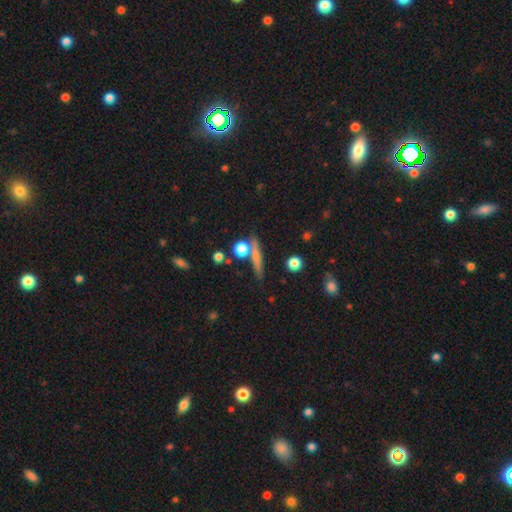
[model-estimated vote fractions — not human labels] Overall: smooth (61%; featured or disk 28%). How rounded: cigar-shaped (70%). Merging: none (72%).